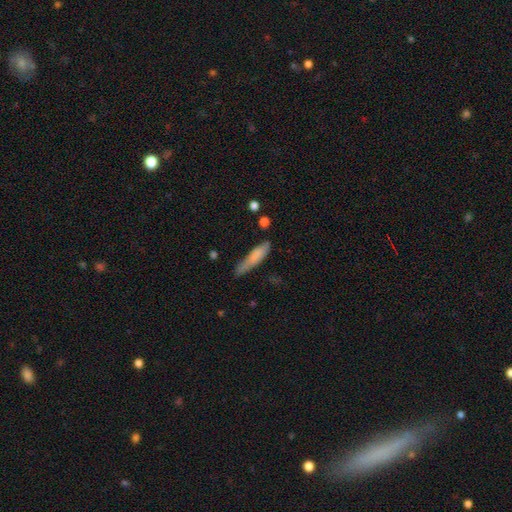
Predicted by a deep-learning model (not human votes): A smooth galaxy with no disk features (75%) that is cigar-shaped (82%). Merging: none (54%).